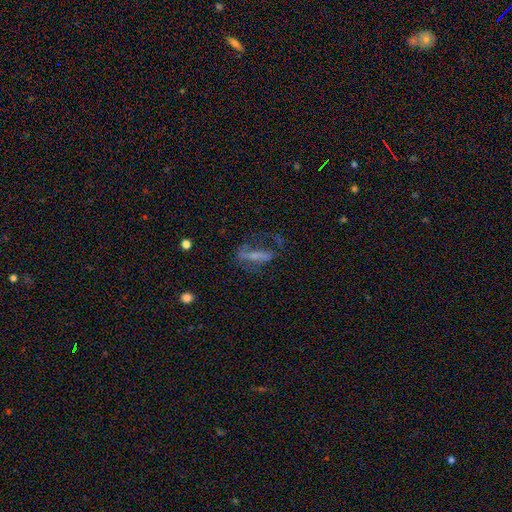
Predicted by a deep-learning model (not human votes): This appears to be a featured or disk galaxy (51%). Merging: none (47%).